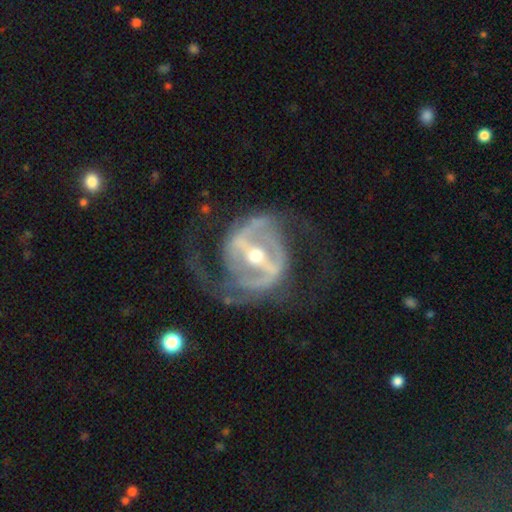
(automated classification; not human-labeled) Smooth or featured: featured or disk — 91% (star or artifact — 4%)
Edge-on disk: no — 95% (yes — 5%)
Bar: strong — 77% (weak — 17%)
Spiral arms: yes — 90% (no — 10%)
Spiral winding: medium — 49% (tight — 26%)
Spiral arm count: 2 — 83% (can't tell — 7%)
Bulge size: moderate — 66% (small — 27%)
Merging: none — 63% (major disturbance — 20%)